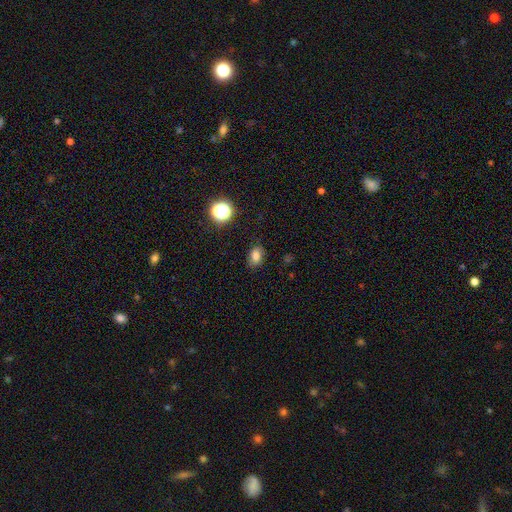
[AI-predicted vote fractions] Smooth or featured? smooth (77%)
How rounded? in between (77%)
Merging? none (78%)